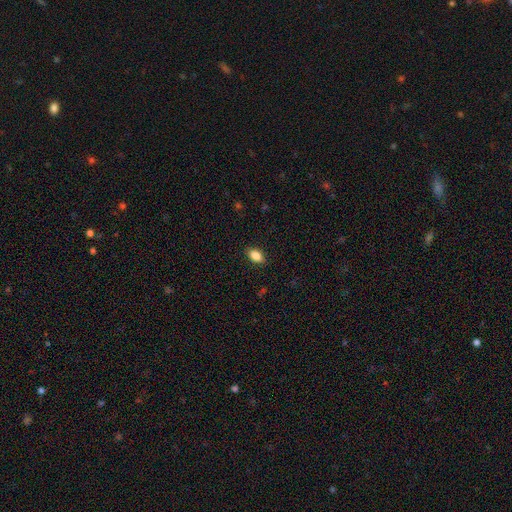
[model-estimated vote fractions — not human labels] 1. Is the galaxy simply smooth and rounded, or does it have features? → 86% smooth, 8% star or artifact, 6% featured or disk.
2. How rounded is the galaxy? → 88% in between, 9% round, 2% cigar-shaped.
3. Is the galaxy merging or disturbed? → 88% none, 9% minor disturbance, 2% major disturbance, 1% merger.